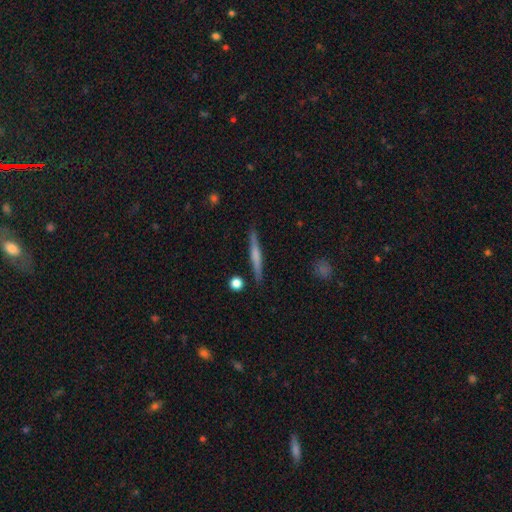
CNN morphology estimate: smooth-or-featured: featured or disk: 51% | smooth: 43% | star or artifact: 6%
  disk-edge-on: yes: 97% | no: 3%
  merging: none: 89% | minor disturbance: 7% | merger: 2% | major disturbance: 2%